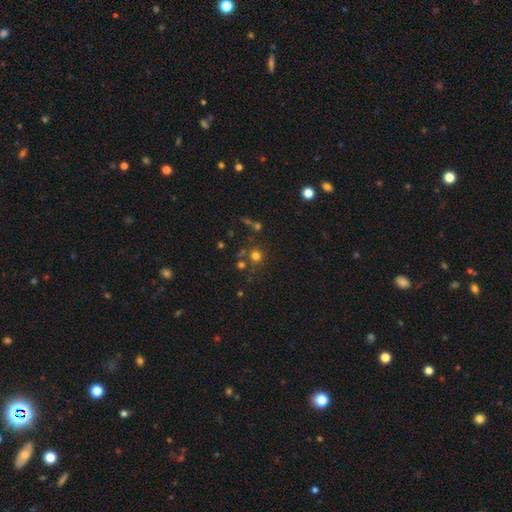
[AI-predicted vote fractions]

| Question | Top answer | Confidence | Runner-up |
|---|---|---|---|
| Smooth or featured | smooth | 70% | star or artifact (21%) |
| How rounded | round | 90% | in between (9%) |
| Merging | none | 69% | merger (16%) |